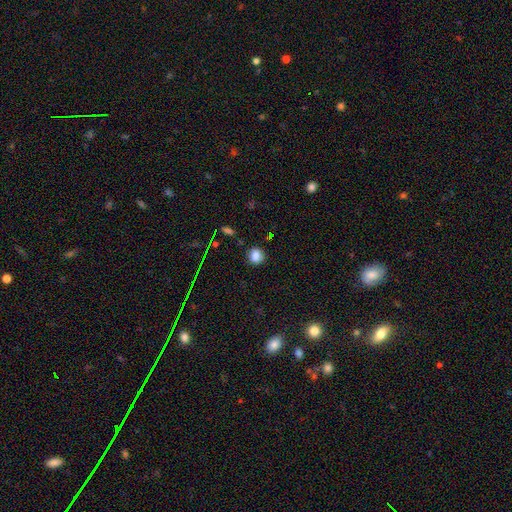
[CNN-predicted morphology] A smooth galaxy with no disk features (81%) that is round (81%).

Vote fractions:
- Smooth or featured? smooth: 81% / star or artifact: 14% / featured or disk: 5%
- How rounded? round: 81% / in between: 18% / cigar-shaped: 1%
- Merging? none: 86% / minor disturbance: 10% / major disturbance: 3% / merger: 2%